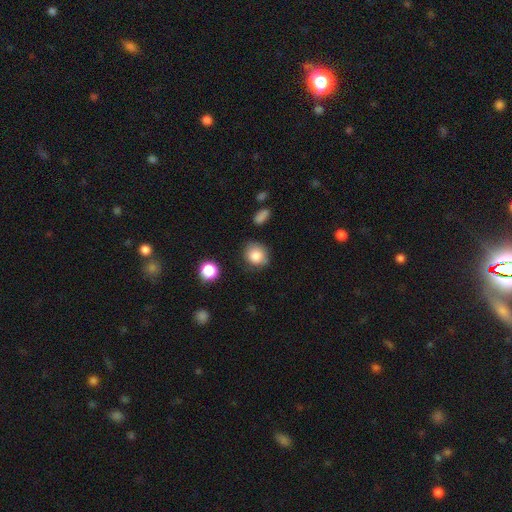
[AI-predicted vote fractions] This appears to be a smooth galaxy with no disk features (84%) that is round (75%). Merging: none (72%).